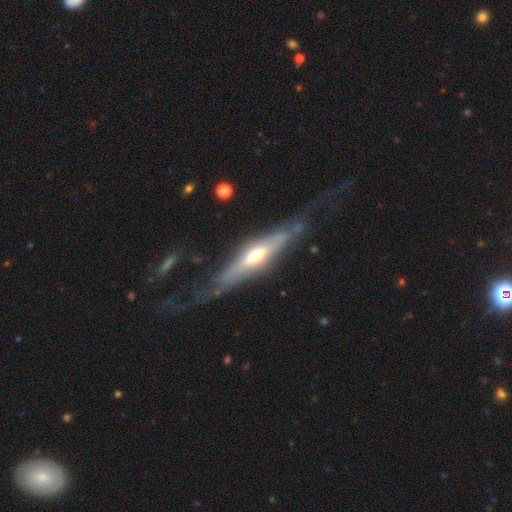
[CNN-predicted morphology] This is likely a featured or disk galaxy (66%). It is likely viewed edge-on (79%). Edge-on bulge: likely rounded (79%). Merging: likely none (69%).